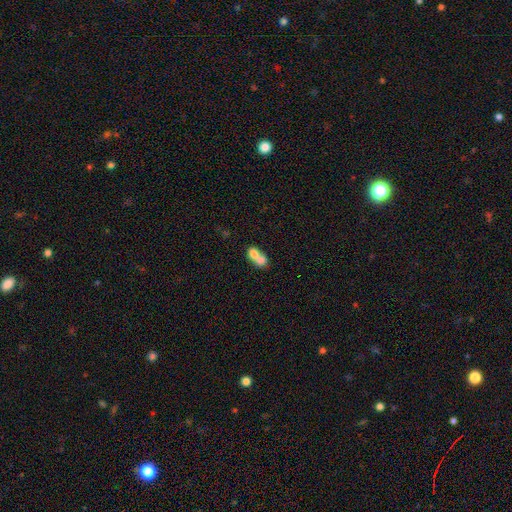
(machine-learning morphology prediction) smooth-or-featured: smooth: 70% | featured or disk: 21% | star or artifact: 9%
  how-rounded: in between: 53% | round: 44% | cigar-shaped: 2%
  merging: merger: 76% | none: 16% | minor disturbance: 5% | major disturbance: 3%